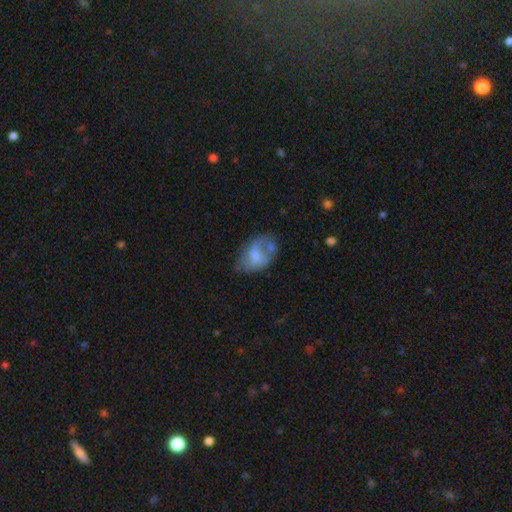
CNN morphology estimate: smooth_or_featured: smooth (p=0.48) [alt: featured or disk p=0.43]
merging: none (p=0.41) [alt: minor disturbance p=0.28]